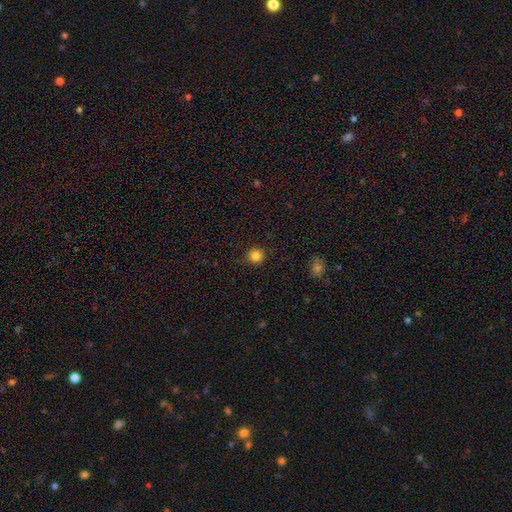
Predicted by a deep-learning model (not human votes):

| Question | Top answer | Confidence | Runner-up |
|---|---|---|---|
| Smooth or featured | smooth | 84% | star or artifact (12%) |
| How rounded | round | 94% | in between (6%) |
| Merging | none | 89% | minor disturbance (7%) |